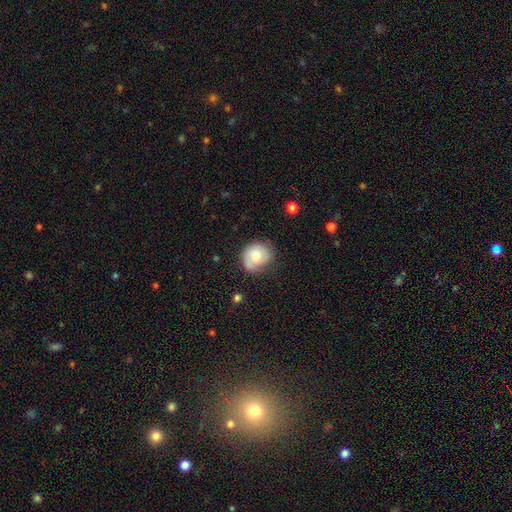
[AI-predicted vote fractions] Overall: smooth (64%; featured or disk 28%). How rounded: round (67%; in between 32%). Merging: none (62%; minor disturbance 27%).